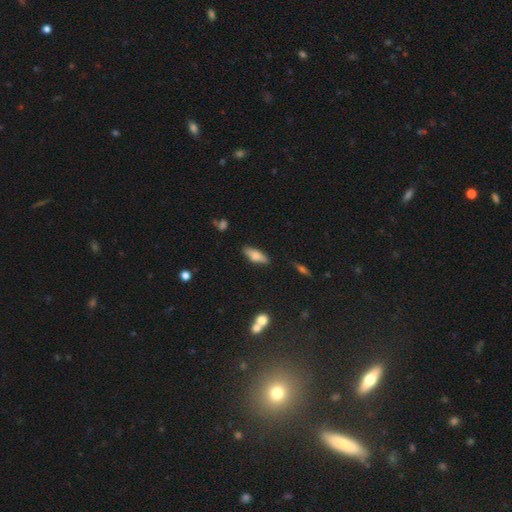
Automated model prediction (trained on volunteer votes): smooth_or_featured: smooth (p=0.70) [alt: featured or disk p=0.23]
how_rounded: in between (p=0.68) [alt: cigar-shaped p=0.30]
merging: none (p=0.83) [alt: minor disturbance p=0.12]